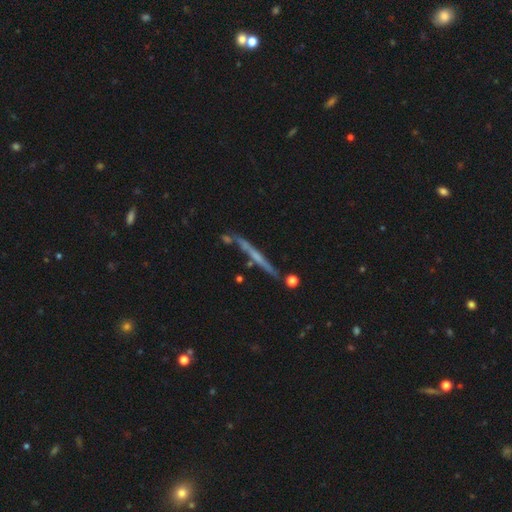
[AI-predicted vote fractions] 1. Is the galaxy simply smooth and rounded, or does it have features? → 63% featured or disk, 30% smooth, 8% star or artifact.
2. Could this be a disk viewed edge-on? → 95% yes, 5% no.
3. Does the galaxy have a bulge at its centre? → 73% none, 20% rounded, 7% boxy.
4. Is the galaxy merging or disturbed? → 78% none, 13% minor disturbance, 6% merger, 3% major disturbance.